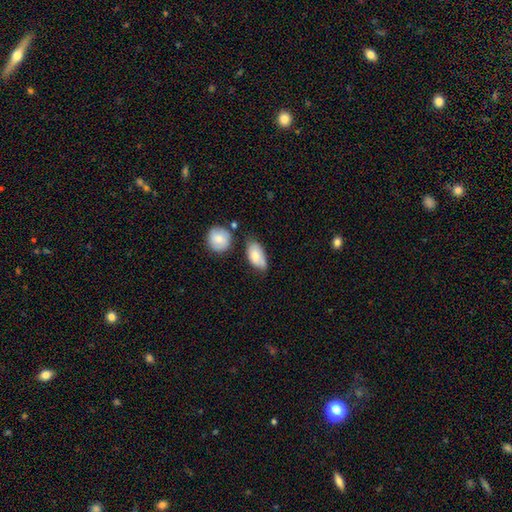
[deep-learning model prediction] smooth_or_featured: smooth (p=0.75) [alt: featured or disk p=0.18]
how_rounded: in between (p=0.91) [alt: round p=0.05]
merging: none (p=0.54) [alt: minor disturbance p=0.30]